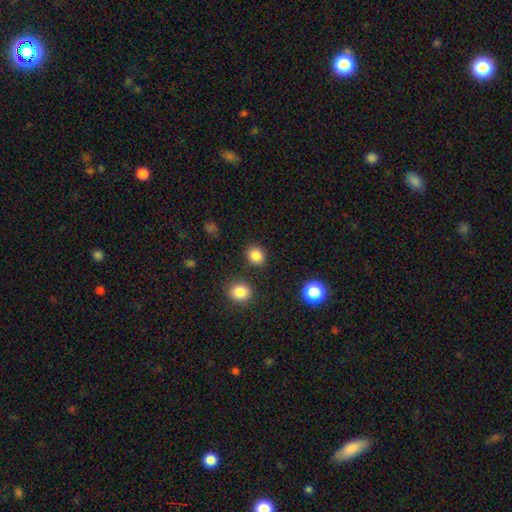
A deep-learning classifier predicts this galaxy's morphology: Smooth or featured? smooth (85%)
How rounded? round (71%)
Merging? none (85%)